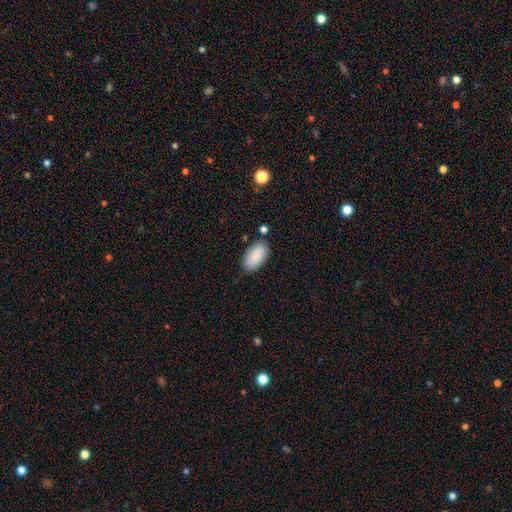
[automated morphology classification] Q: Smooth or featured?
A: smooth (88%); runner-up: featured or disk (6%)
Q: How rounded?
A: in between (96%); runner-up: round (2%)
Q: Merging?
A: none (81%); runner-up: minor disturbance (13%)